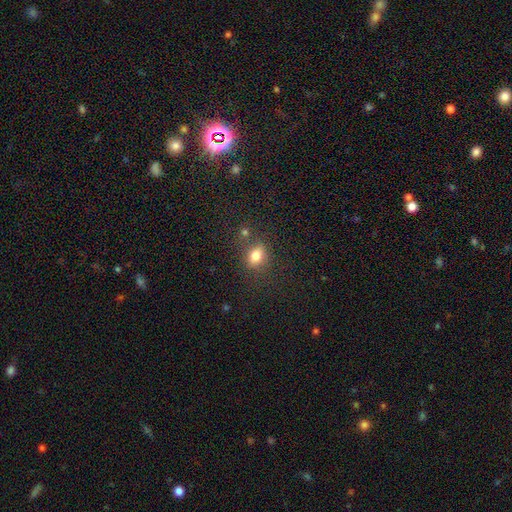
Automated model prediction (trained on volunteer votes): This is likely a smooth galaxy (79%). How rounded: likely in between (61%). Merging: likely none (66%).